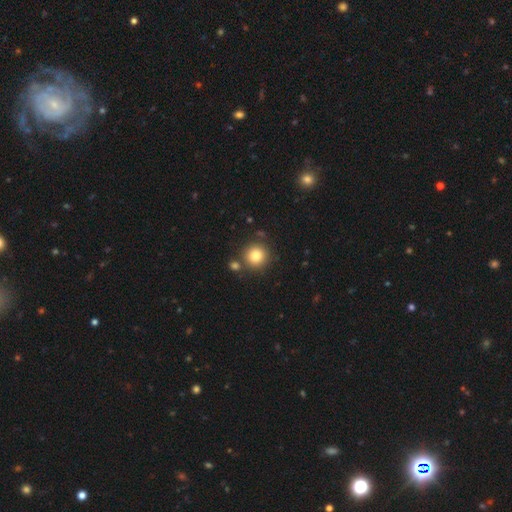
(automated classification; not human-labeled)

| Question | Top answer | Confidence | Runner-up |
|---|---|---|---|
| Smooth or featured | smooth | 82% | star or artifact (11%) |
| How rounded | round | 93% | in between (6%) |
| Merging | none | 79% | merger (11%) |